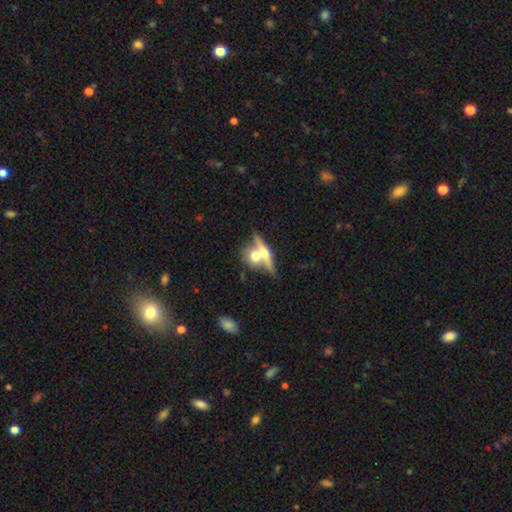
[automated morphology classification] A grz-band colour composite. It shows a featured or disk galaxy (49%). Merging: merger (55%).